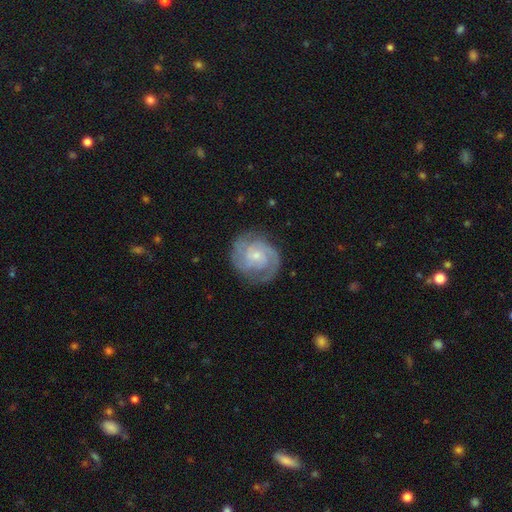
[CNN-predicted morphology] The model was most divided on "spiral arm count": 2: 43%, 3: 26%, can't tell: 16%, 4: 6%, 1: 5%, more than 4: 4%. More confident: edge-on disk — no (98%); spiral arms — yes (97%); smooth or featured — featured or disk (85%); merging — none (78%); bulge size — small (70%); bar — no (63%); spiral winding — tight (60%).